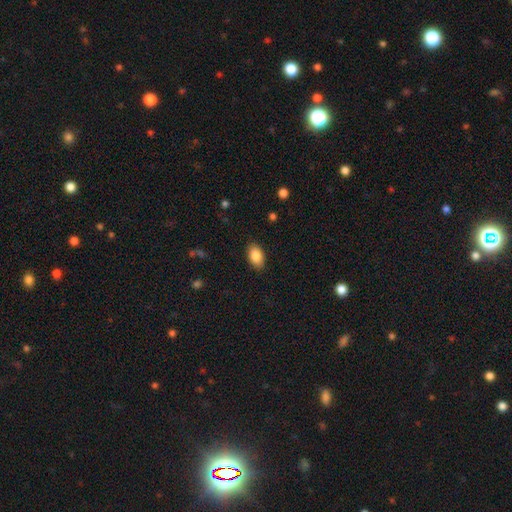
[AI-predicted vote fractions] Morphology: type=smooth (87%); roundness=in between (92%); merging=none (88%).